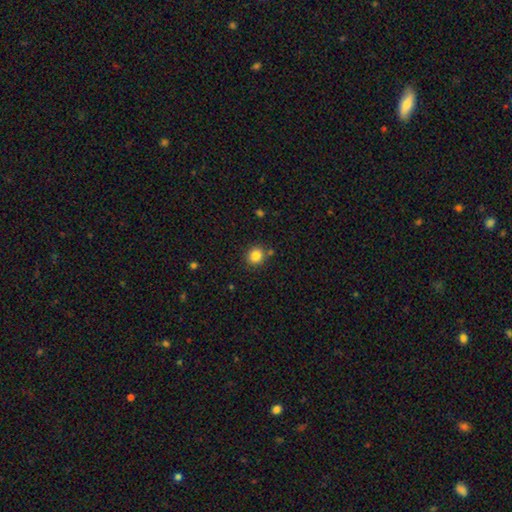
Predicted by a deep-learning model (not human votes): Morphology: type=smooth (85%); roundness=round (86%); merging=none (84%).